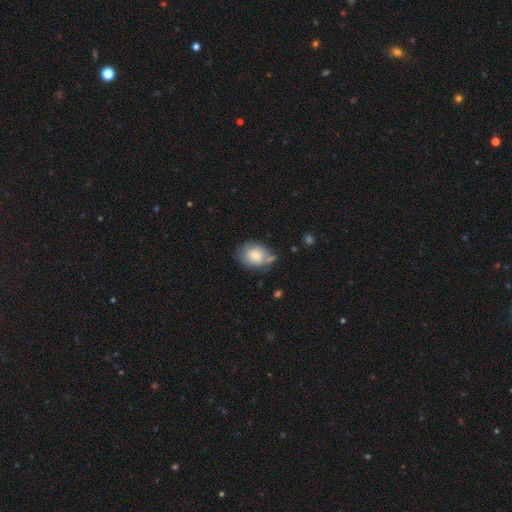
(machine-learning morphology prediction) Smooth or featured? Predicted: smooth (p=0.76). How rounded? Predicted: in between (p=0.53). Merging? Predicted: none (p=0.56).